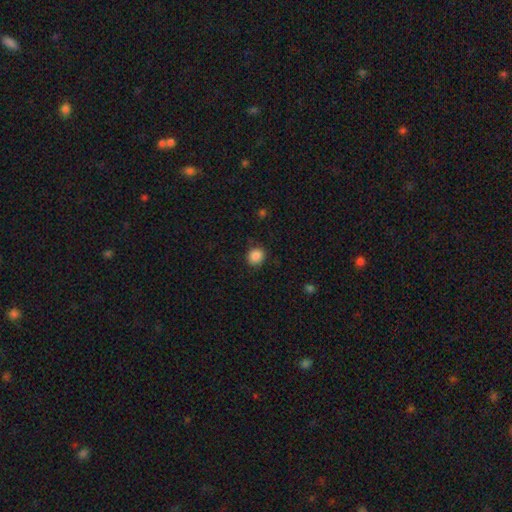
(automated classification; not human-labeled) smooth 88%, star or artifact 10%, featured or disk 3%. Down the decision tree: how rounded — round (84%); merging — none (86%).